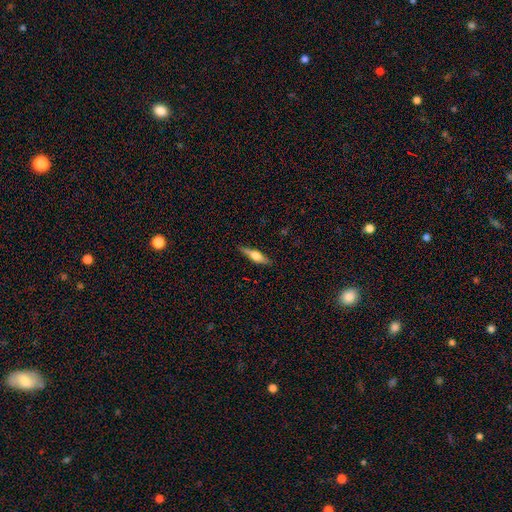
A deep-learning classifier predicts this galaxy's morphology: Smooth or featured? Predicted: featured or disk (p=0.55). Edge-on disk? Predicted: yes (p=0.95). Edge-on bulge? Predicted: rounded (p=0.88). Merging? Predicted: none (p=0.86).